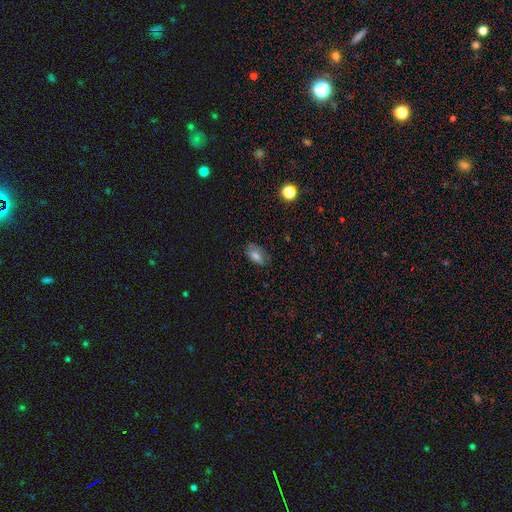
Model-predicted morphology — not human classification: Overall: smooth (71%). How rounded: in between (88%). Merging: none (71%).